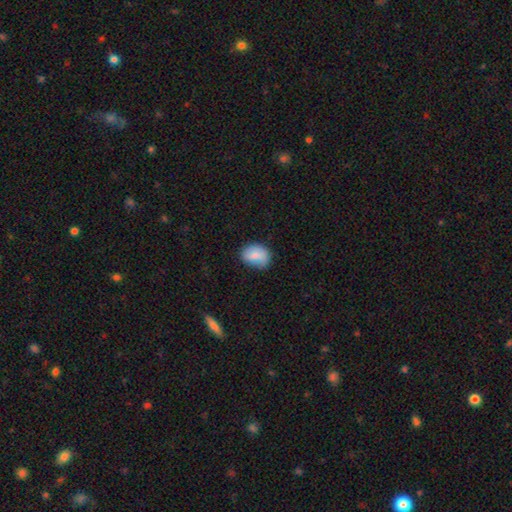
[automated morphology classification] The model was most divided on "merging": none: 64%, minor disturbance: 28%, major disturbance: 6%, merger: 2%. More confident: smooth or featured — smooth (82%); how rounded — in between (68%).